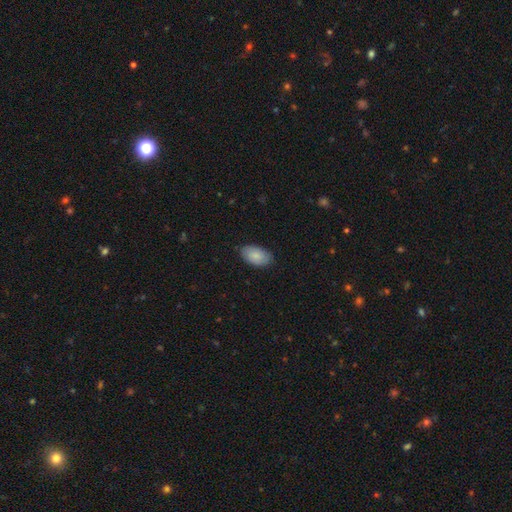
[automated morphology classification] smooth-or-featured: smooth: 84% | featured or disk: 10% | star or artifact: 6%
  how-rounded: in between: 95% | round: 4% | cigar-shaped: 1%
  merging: none: 83% | minor disturbance: 13% | major disturbance: 2% | merger: 1%